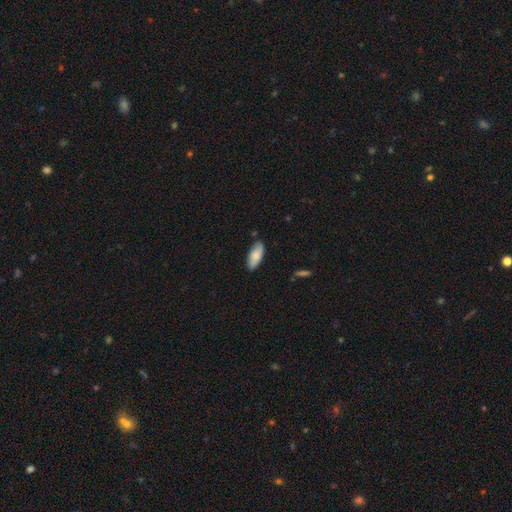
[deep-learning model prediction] A smooth galaxy with no disk features (81%) that is in between round and cigar-shaped (84%).

Vote fractions:
- Smooth or featured? smooth: 81% / featured or disk: 13% / star or artifact: 6%
- How rounded? in between: 84% / cigar-shaped: 14% / round: 2%
- Merging? none: 82% / minor disturbance: 14% / major disturbance: 2% / merger: 2%